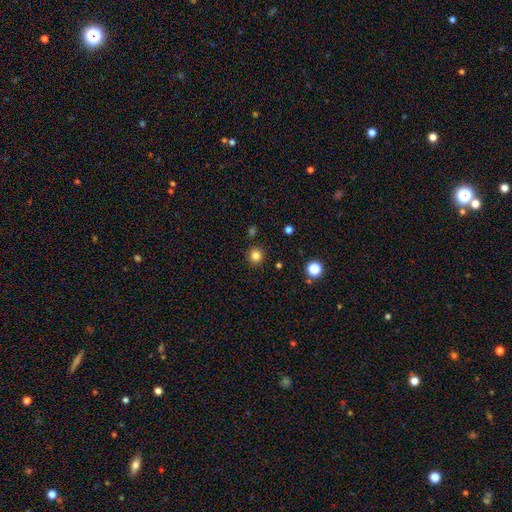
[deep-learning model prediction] smooth-or-featured: smooth: 82% | star or artifact: 13% | featured or disk: 5%
  how-rounded: round: 92% | in between: 7% | cigar-shaped: 1%
  merging: none: 89% | minor disturbance: 6% | merger: 2% | major disturbance: 2%